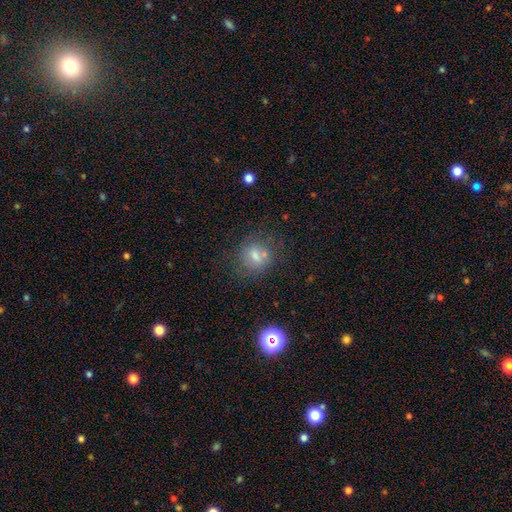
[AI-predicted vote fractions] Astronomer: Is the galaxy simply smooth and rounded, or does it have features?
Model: smooth — 60%.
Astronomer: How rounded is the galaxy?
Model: round — 72%.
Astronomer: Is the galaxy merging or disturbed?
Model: none — 64%.